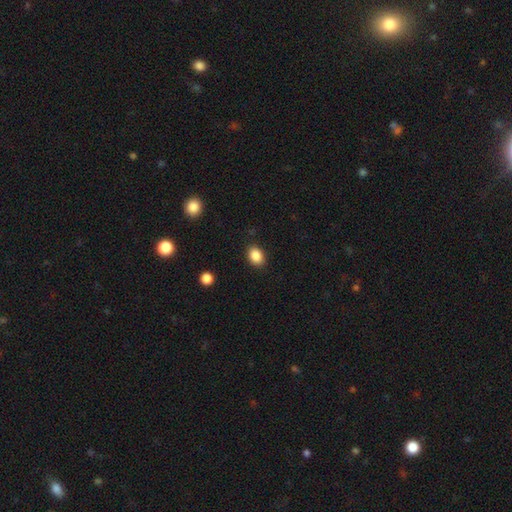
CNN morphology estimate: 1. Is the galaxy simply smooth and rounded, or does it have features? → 87% smooth, 9% star or artifact, 4% featured or disk.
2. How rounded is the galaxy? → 67% in between, 32% round, 1% cigar-shaped.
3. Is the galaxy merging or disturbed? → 88% none, 8% minor disturbance, 2% major disturbance, 1% merger.